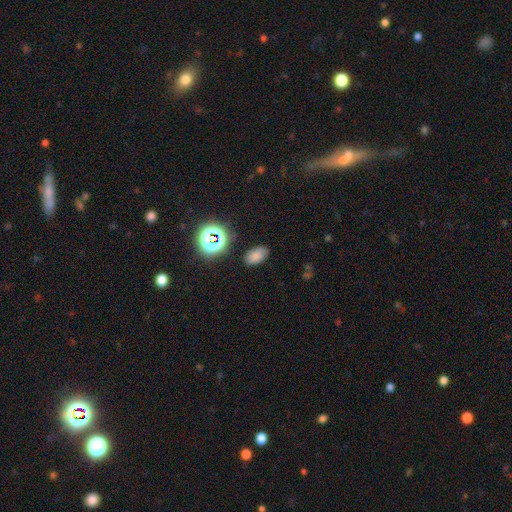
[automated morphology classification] smooth 73%, star or artifact 19%, featured or disk 8%. Down the decision tree: how rounded — in between (89%); merging — none (83%).